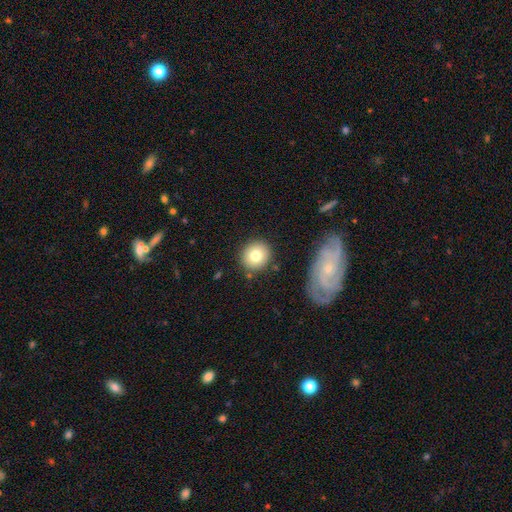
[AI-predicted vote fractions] This appears to be a smooth galaxy with no disk features (79%) that is round (90%). Merging: none (84%).